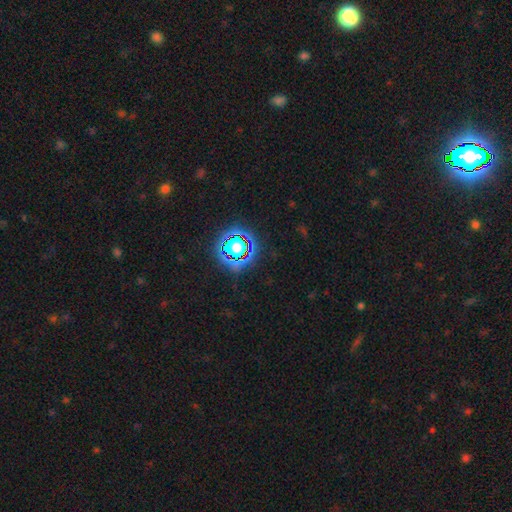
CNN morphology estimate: smooth_or_featured: star or artifact (p=0.80) [alt: smooth p=0.13]